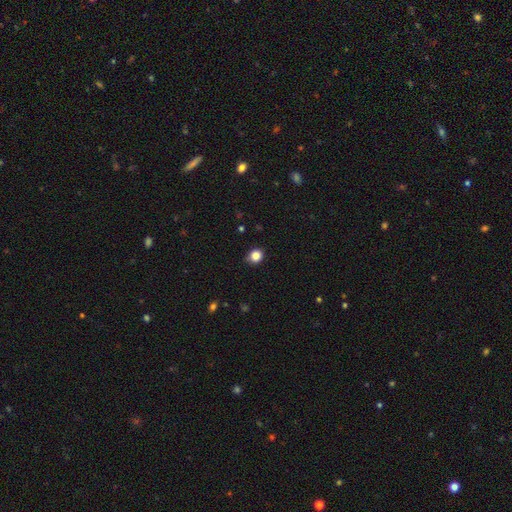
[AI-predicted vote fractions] Smooth or featured?
  - smooth: 84% *
  - star or artifact: 11%
  - featured or disk: 4%
How rounded?
  - round: 77% *
  - in between: 22%
  - cigar-shaped: 1%
Merging?
  - none: 83% *
  - minor disturbance: 14%
  - major disturbance: 2%
  - merger: 1%